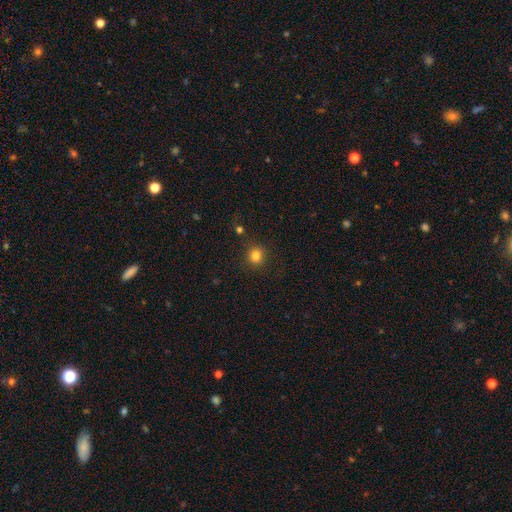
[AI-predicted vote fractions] Smooth or featured: smooth — 82% (star or artifact — 13%)
How rounded: round — 89% (in between — 10%)
Merging: none — 88% (minor disturbance — 7%)